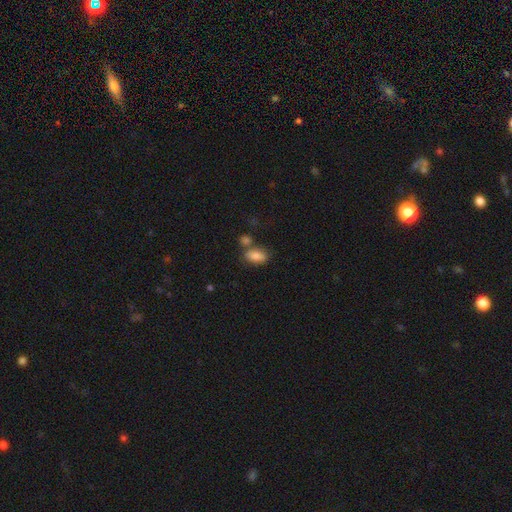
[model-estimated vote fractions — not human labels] smooth-or-featured: smooth: 83% | featured or disk: 9% | star or artifact: 8%
  how-rounded: in between: 89% | round: 7% | cigar-shaped: 4%
  merging: none: 60% | merger: 21% | minor disturbance: 14% | major disturbance: 4%